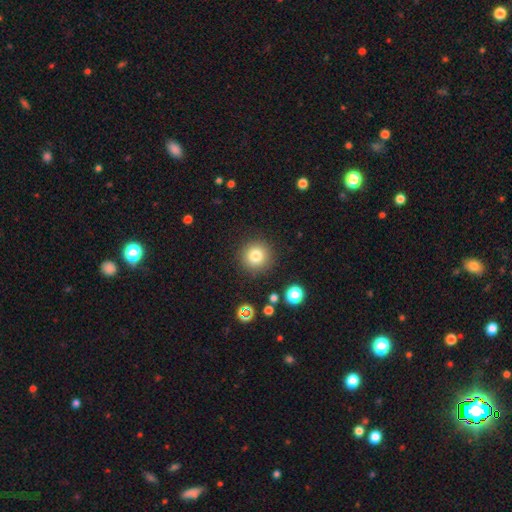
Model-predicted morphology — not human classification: Smooth or featured? Predicted: smooth (p=0.80). How rounded? Predicted: round (p=0.95). Merging? Predicted: none (p=0.89).